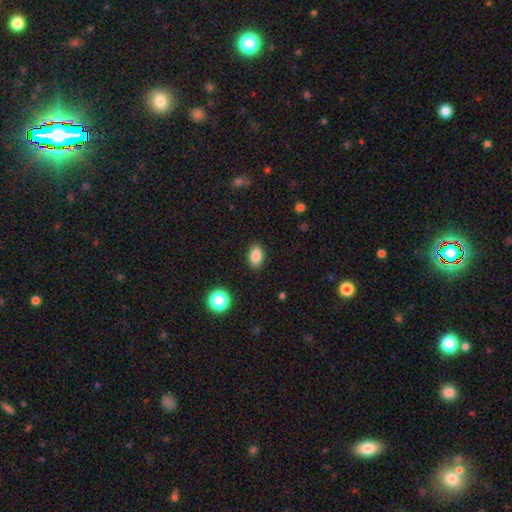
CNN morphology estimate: Overall: smooth (85%). How rounded: in between (85%). Merging: none (88%).